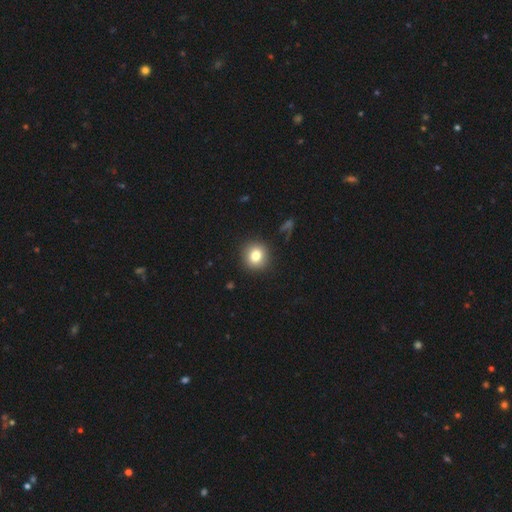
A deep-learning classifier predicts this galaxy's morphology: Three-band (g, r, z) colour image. It shows a smooth galaxy with no disk features (80%) that is round (88%). Merging: none (90%).